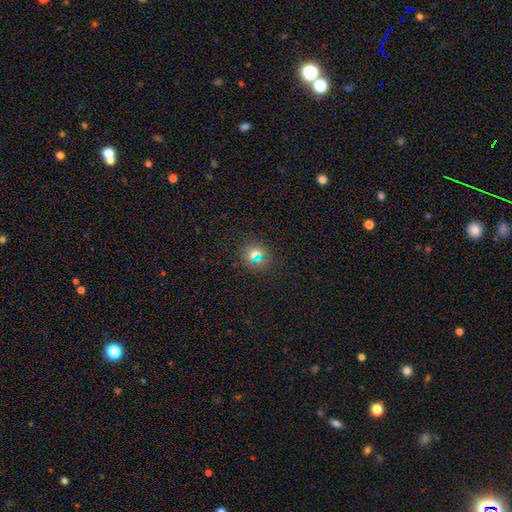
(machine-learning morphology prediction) smooth_or_featured: smooth (p=0.60) [alt: star or artifact p=0.29]
how_rounded: round (p=0.89) [alt: in between p=0.09]
merging: none (p=0.87) [alt: minor disturbance p=0.07]